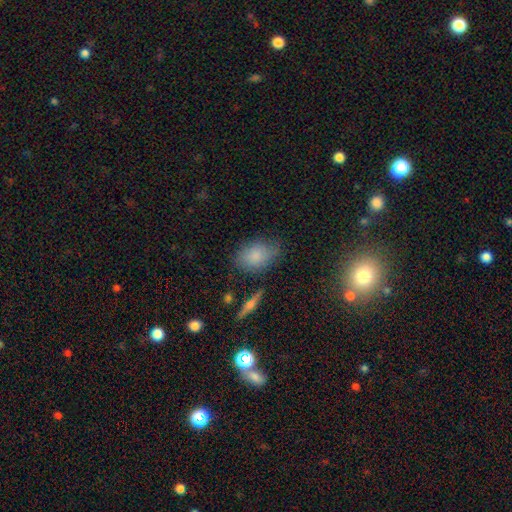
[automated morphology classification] Overall: smooth (80%). How rounded: in between (80%). Merging: none (71%).